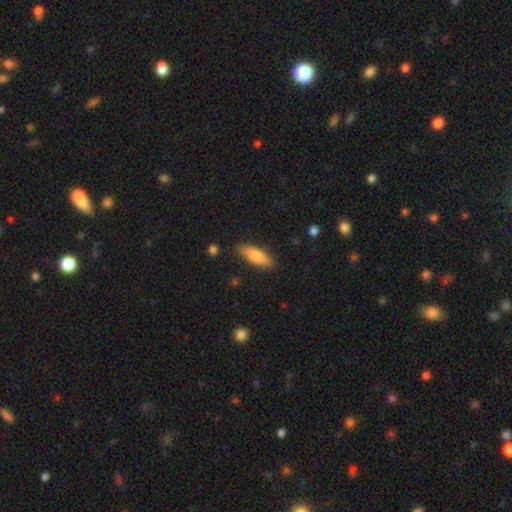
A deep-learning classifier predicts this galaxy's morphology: type=smooth (77%); roundness=in between (54%); merging=none (86%).